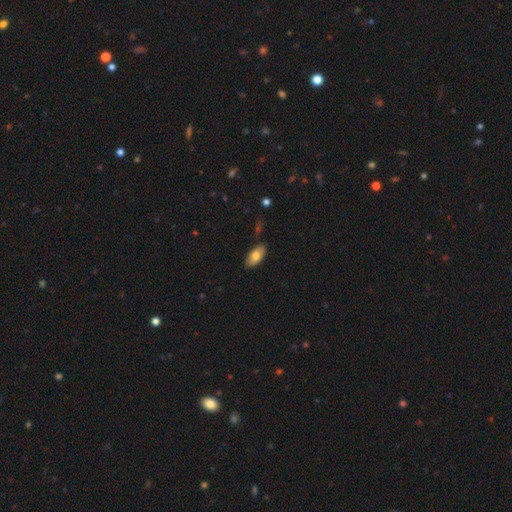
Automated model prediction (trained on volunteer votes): Morphology: type=smooth (77%); roundness=in between (92%); merging=none (86%).